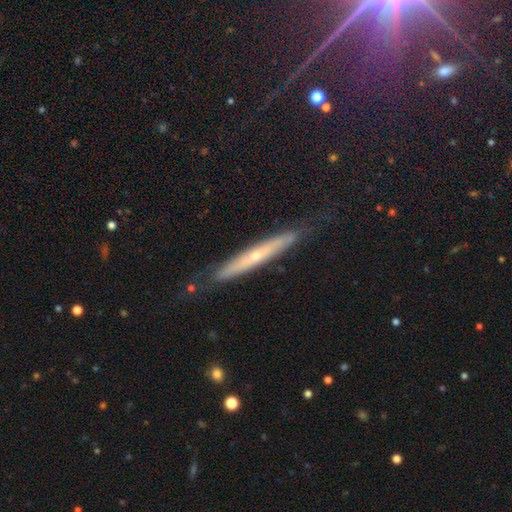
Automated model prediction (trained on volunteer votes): Smooth or featured? featured or disk (61%)
Edge-on disk? yes (89%)
Edge-on bulge? rounded (59%)
Merging? none (83%)